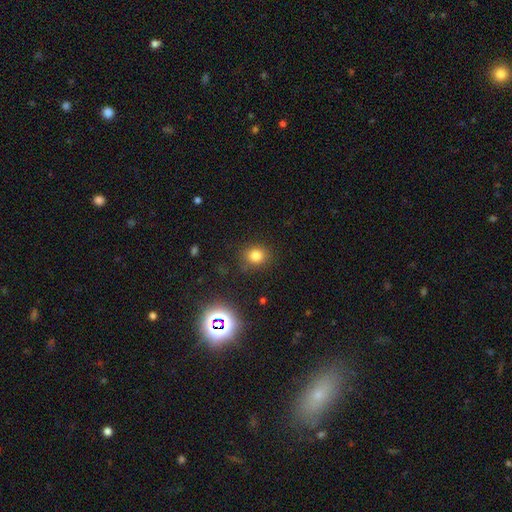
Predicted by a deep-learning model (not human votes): Overall: smooth (78%). How rounded: round (78%). Merging: none (84%).